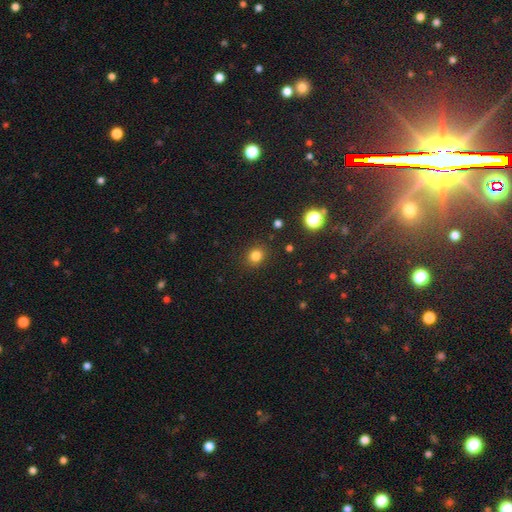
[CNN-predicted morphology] smooth 81%, star or artifact 14%, featured or disk 5%. Down the decision tree: how rounded — round (73%); merging — none (88%).